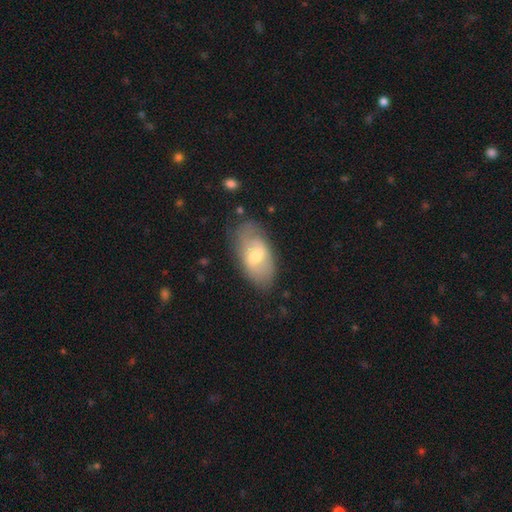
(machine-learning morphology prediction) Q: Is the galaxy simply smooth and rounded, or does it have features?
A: featured or disk — 51%.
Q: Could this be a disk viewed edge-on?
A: no — 88%.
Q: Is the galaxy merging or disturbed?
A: none — 69%.